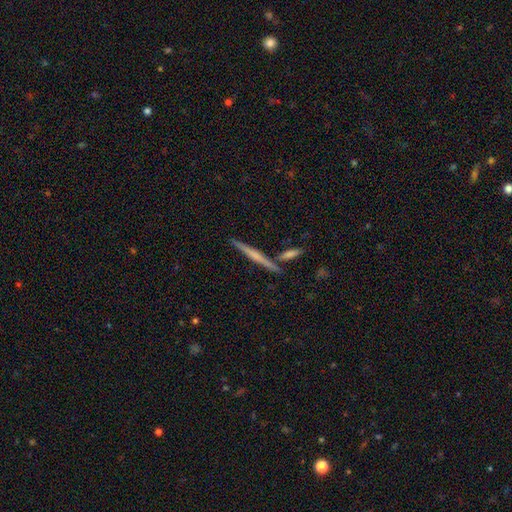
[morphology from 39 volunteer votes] Smooth or featured?
  - featured or disk: 59% *
  - smooth: 36%
  - star or artifact: 5%
Edge-on disk?
  - yes: 100% *
  - no: 0%
Edge-on bulge?
  - none: 43% *
  - rounded: 30%
  - boxy: 26%
Merging?
  - none: 73% *
  - merger: 16%
  - minor disturbance: 11%
  - major disturbance: 0%